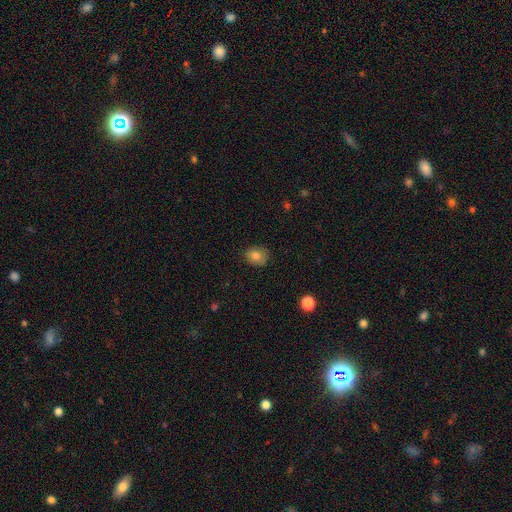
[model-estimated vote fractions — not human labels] The model was most divided on "how rounded": round: 60%, in between: 39%, cigar-shaped: 1%. More confident: smooth or featured — smooth (81%); merging — none (80%).